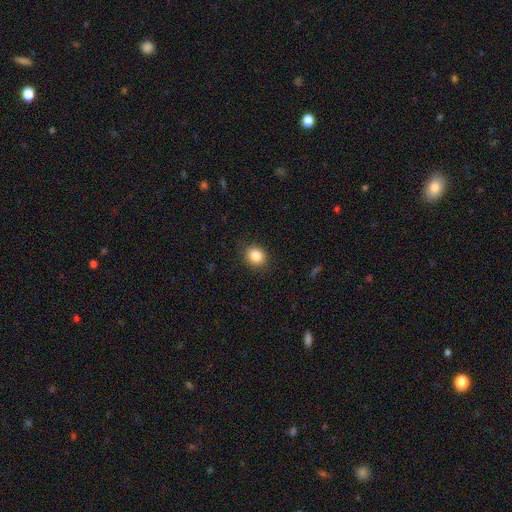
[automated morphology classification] This appears to be a smooth galaxy with no disk features (85%) that is round (68%). Merging: none (87%).